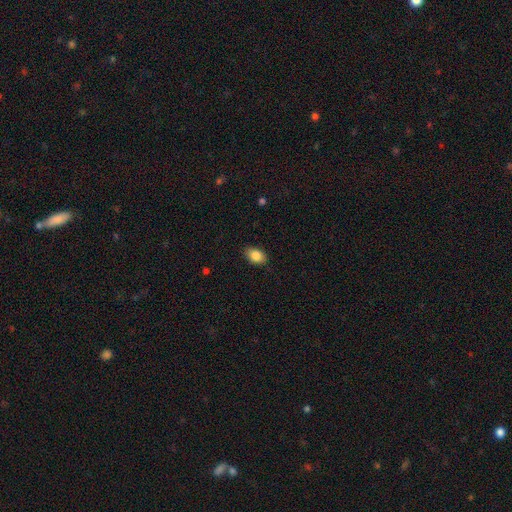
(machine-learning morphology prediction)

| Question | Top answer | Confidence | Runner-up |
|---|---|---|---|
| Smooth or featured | smooth | 86% | star or artifact (8%) |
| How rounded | in between | 85% | round (14%) |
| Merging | none | 86% | minor disturbance (11%) |